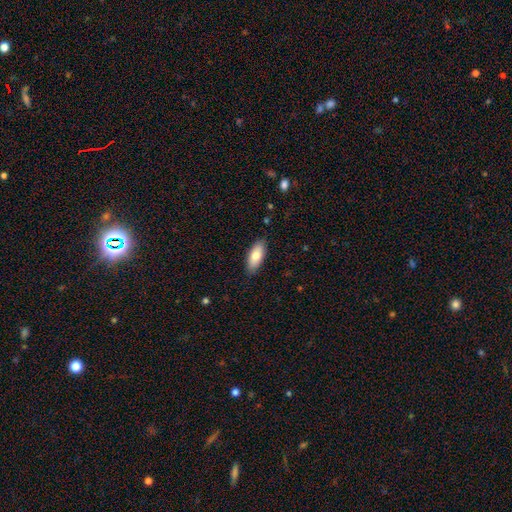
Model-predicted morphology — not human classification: Smooth or featured? smooth (78%)
How rounded? in between (83%)
Merging? none (86%)